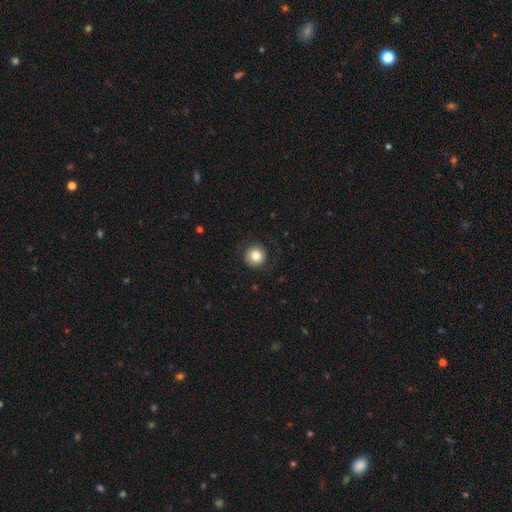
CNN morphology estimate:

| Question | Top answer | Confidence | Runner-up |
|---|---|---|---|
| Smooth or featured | smooth | 81% | featured or disk (10%) |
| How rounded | round | 95% | in between (4%) |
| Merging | none | 86% | minor disturbance (9%) |